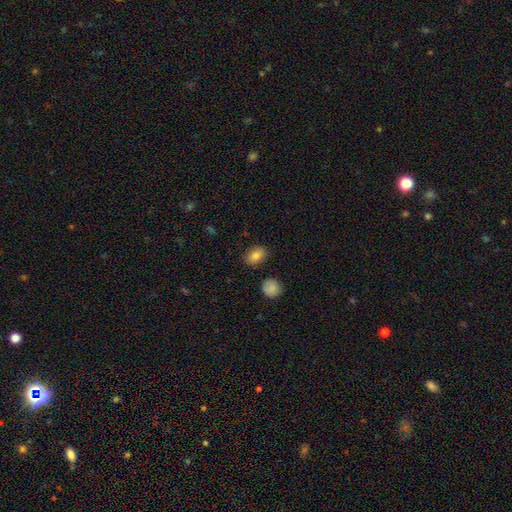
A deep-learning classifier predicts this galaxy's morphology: Q: Smooth or featured?
A: smooth (84%); runner-up: star or artifact (9%)
Q: How rounded?
A: in between (79%); runner-up: round (19%)
Q: Merging?
A: none (85%); runner-up: minor disturbance (10%)